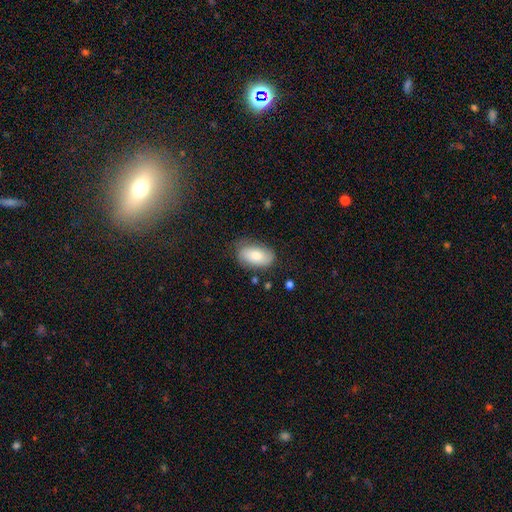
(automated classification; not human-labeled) Smooth or featured? smooth (74%)
How rounded? in between (92%)
Merging? none (70%)